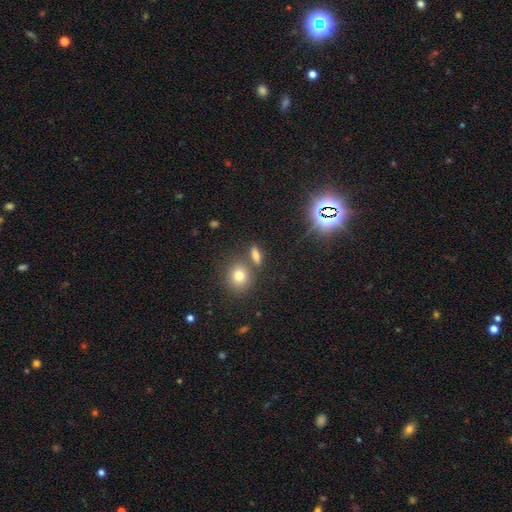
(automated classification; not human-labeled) A smooth galaxy with no disk features (67%) that is in between round and cigar-shaped (51%).

Vote fractions:
- Smooth or featured? smooth: 67% / star or artifact: 20% / featured or disk: 13%
- How rounded? in between: 51% / round: 28% / cigar-shaped: 21%
- Merging? none: 72% / merger: 14% / minor disturbance: 10% / major disturbance: 4%